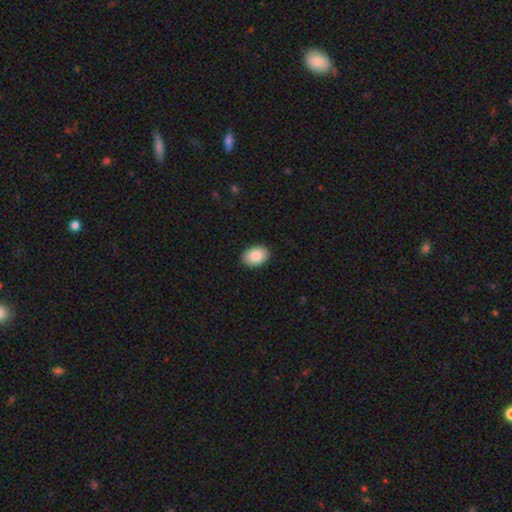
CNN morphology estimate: A smooth galaxy with no disk features (89%) that is in between round and cigar-shaped (83%). Merging: none (89%).